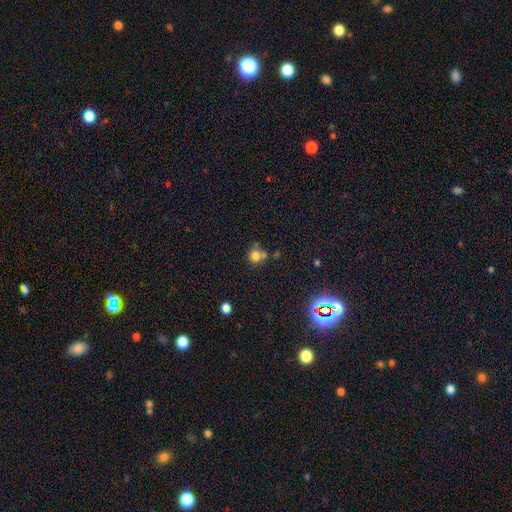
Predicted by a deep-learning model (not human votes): Overall: smooth (76%). How rounded: round (88%). Merging: none (55%; merger 28%).